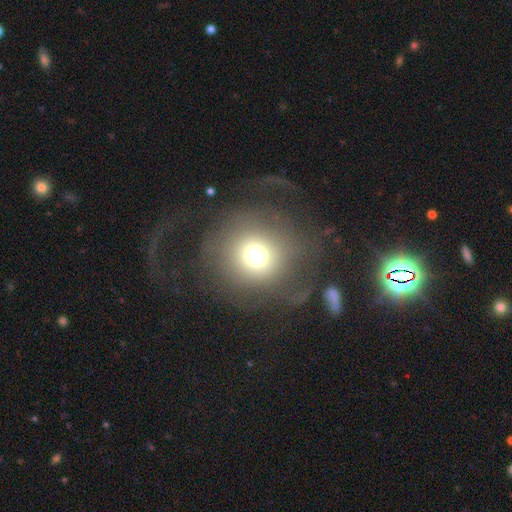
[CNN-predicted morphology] A smooth galaxy with no disk features (66%) that is round (92%).

Vote fractions:
- Smooth or featured? smooth: 66% / star or artifact: 17% / featured or disk: 17%
- How rounded? round: 92% / in between: 7% / cigar-shaped: 1%
- Merging? none: 56% / major disturbance: 27% / minor disturbance: 14% / merger: 4%